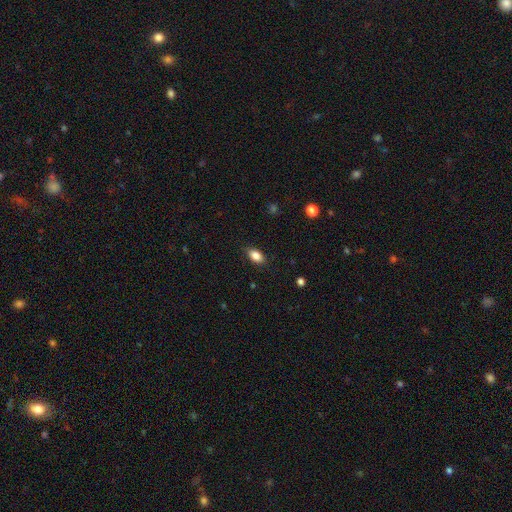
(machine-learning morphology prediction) Q: Smooth or featured?
A: smooth (86%); runner-up: star or artifact (8%)
Q: How rounded?
A: in between (90%); runner-up: round (7%)
Q: Merging?
A: none (86%); runner-up: minor disturbance (10%)